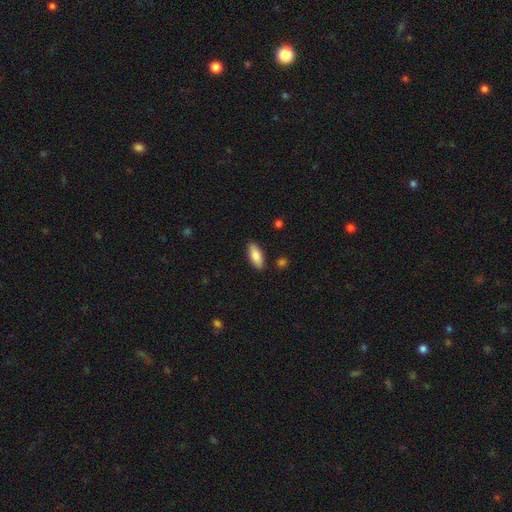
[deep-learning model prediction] This is clearly a smooth galaxy (85%). How rounded: clearly in between (83%). Merging: clearly none (87%).